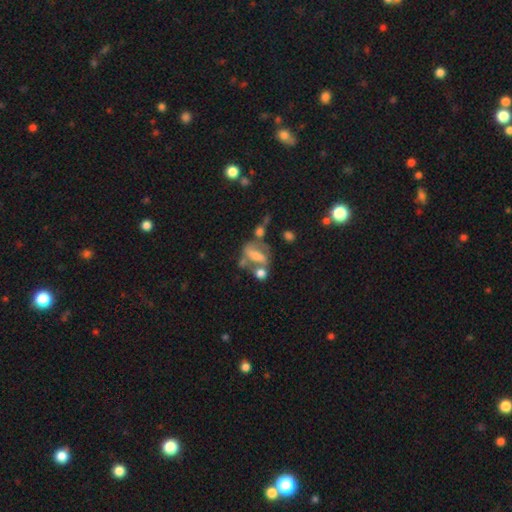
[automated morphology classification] smooth-or-featured: featured or disk: 50% | smooth: 36% | star or artifact: 14%
  disk-edge-on: no: 89% | yes: 11%
  merging: none: 36% | merger: 28% | major disturbance: 19% | minor disturbance: 18%